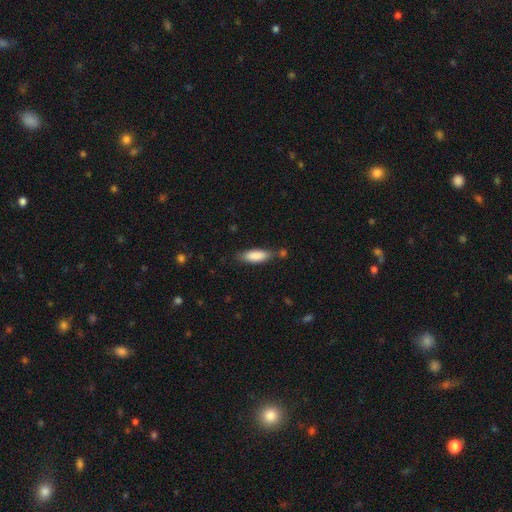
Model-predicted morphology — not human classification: Smooth or featured? smooth (85%)
How rounded? in between (59%)
Merging? none (66%)